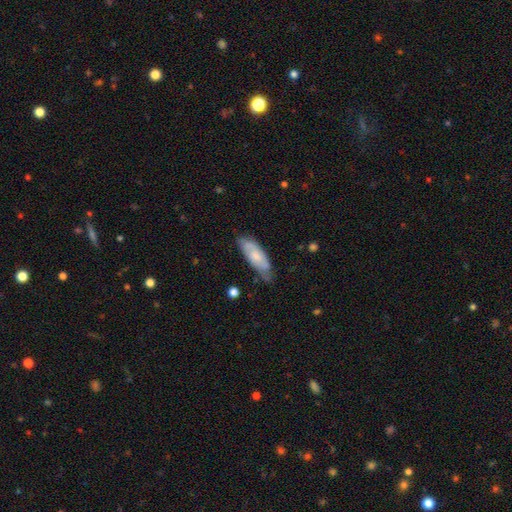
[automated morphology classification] Smooth or featured? smooth (56%)
How rounded? in between (62%)
Merging? none (61%)